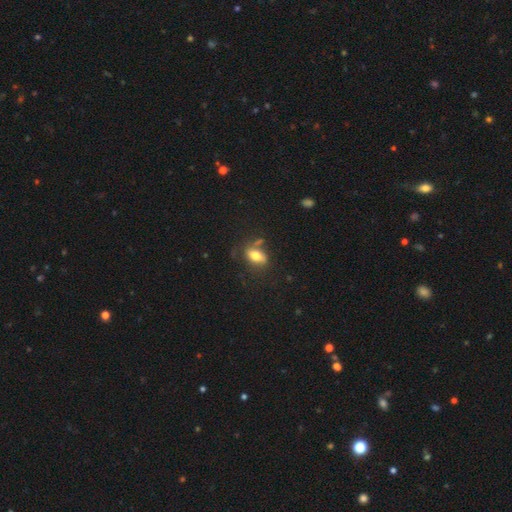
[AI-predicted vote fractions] Smooth or featured: smooth — 73% (featured or disk — 18%)
How rounded: in between — 84% (round — 11%)
Merging: none — 55% (minor disturbance — 22%)